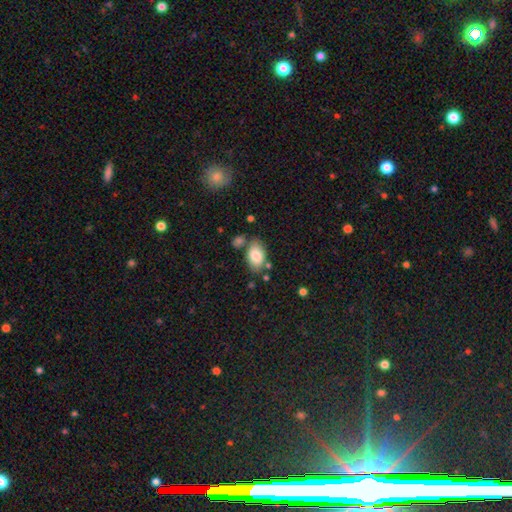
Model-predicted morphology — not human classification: smooth 83%, featured or disk 10%, star or artifact 7%. Down the decision tree: how rounded — in between (92%); merging — none (70%).